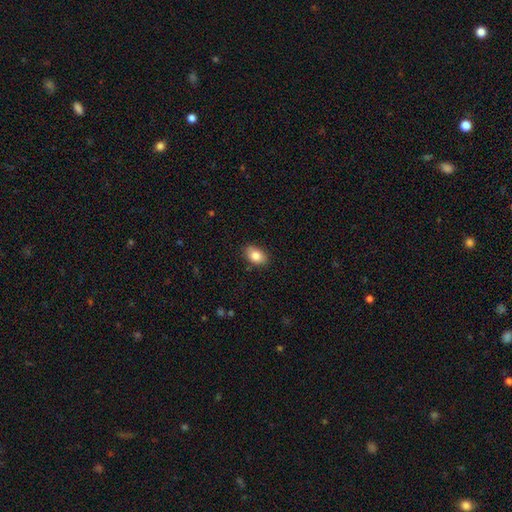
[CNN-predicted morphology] Smooth or featured: smooth — 84% (featured or disk — 8%)
How rounded: in between — 88% (round — 10%)
Merging: none — 85% (minor disturbance — 11%)